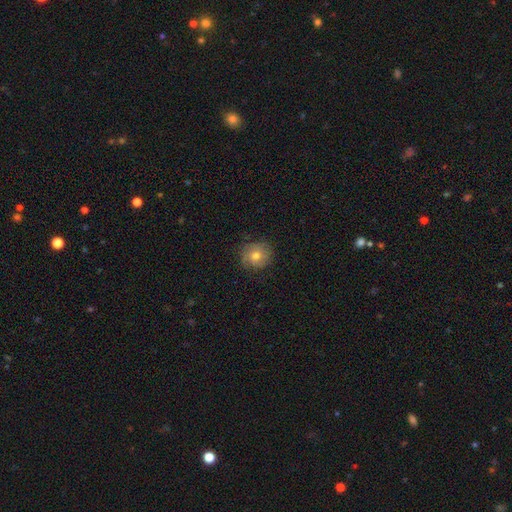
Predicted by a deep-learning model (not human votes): Q: Smooth or featured?
A: smooth (61%); runner-up: featured or disk (29%)
Q: How rounded?
A: round (86%); runner-up: in between (13%)
Q: Merging?
A: none (77%); runner-up: minor disturbance (17%)